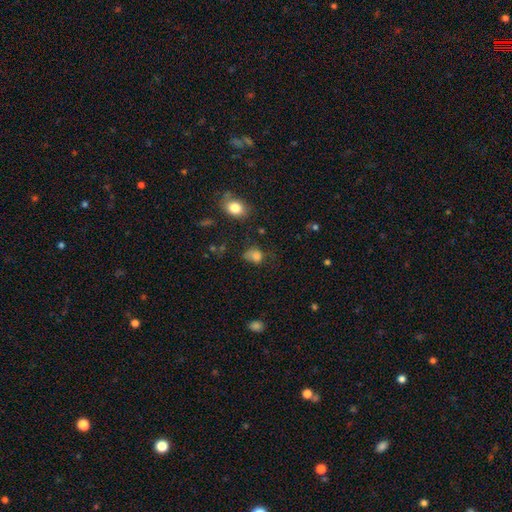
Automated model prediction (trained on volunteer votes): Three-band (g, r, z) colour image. It shows a smooth galaxy with no disk features (78%) that is in between round and cigar-shaped (50%). Merging: none (42%).